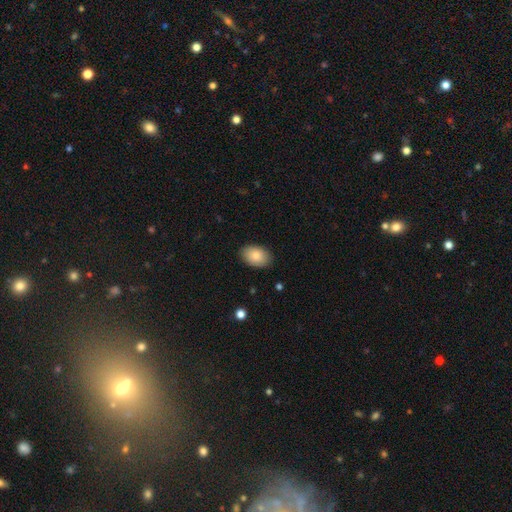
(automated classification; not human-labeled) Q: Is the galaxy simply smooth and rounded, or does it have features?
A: smooth — 85%.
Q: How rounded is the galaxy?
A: in between — 89%.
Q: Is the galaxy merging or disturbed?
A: none — 87%.